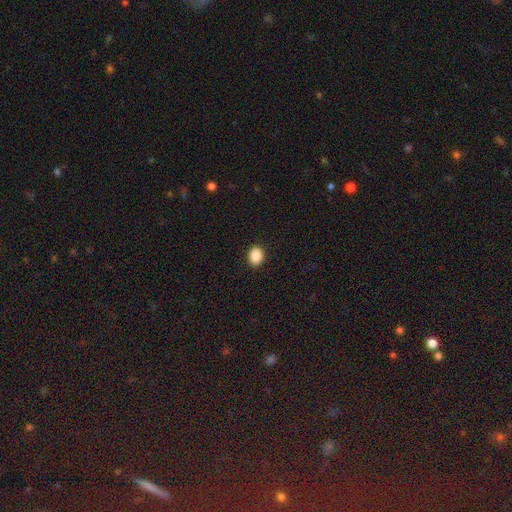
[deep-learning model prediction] This is clearly a smooth galaxy (89%). How rounded: possibly in between (57%). Merging: clearly none (91%).